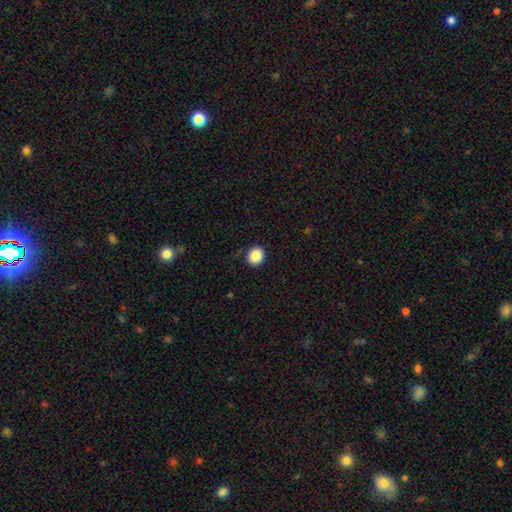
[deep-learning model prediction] Smooth or featured: smooth — 86% (star or artifact — 10%)
How rounded: round — 80% (in between — 19%)
Merging: none — 88% (minor disturbance — 9%)